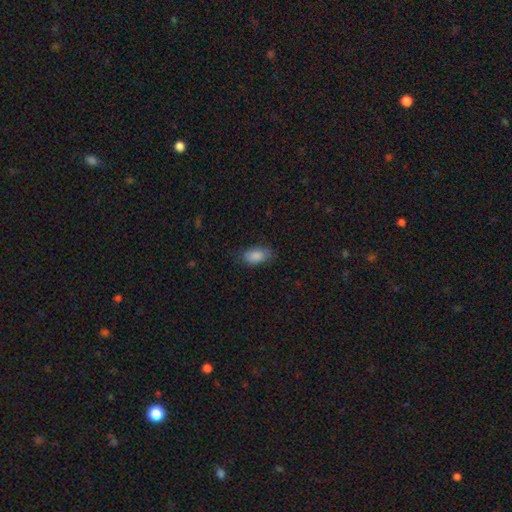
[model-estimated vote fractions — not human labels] smooth-or-featured: smooth: 86% | featured or disk: 7% | star or artifact: 7%
  how-rounded: in between: 92% | round: 5% | cigar-shaped: 3%
  merging: none: 76% | minor disturbance: 18% | major disturbance: 5% | merger: 1%